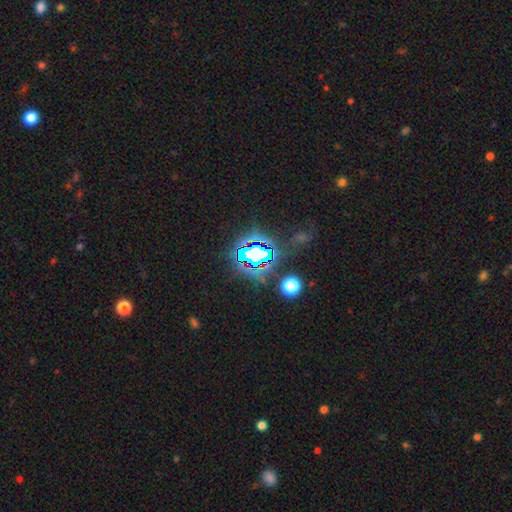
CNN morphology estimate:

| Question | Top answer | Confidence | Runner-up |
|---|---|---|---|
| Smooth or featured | star or artifact | 71% | smooth (17%) |